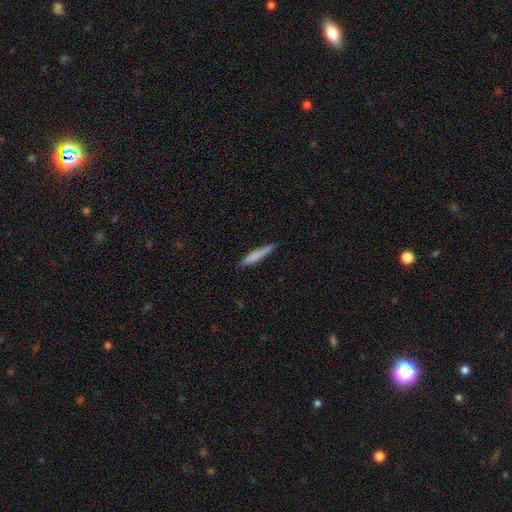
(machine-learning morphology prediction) smooth-or-featured: smooth: 74% | featured or disk: 20% | star or artifact: 6%
  how-rounded: cigar-shaped: 94% | in between: 5% | round: 1%
  merging: none: 86% | minor disturbance: 11% | major disturbance: 2% | merger: 1%